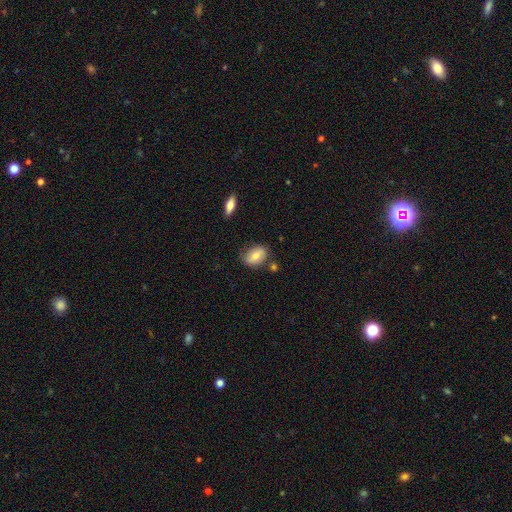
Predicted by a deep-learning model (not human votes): smooth-or-featured: smooth: 69% | featured or disk: 24% | star or artifact: 8%
  how-rounded: in between: 81% | round: 17% | cigar-shaped: 2%
  merging: none: 73% | minor disturbance: 18% | merger: 5% | major disturbance: 4%